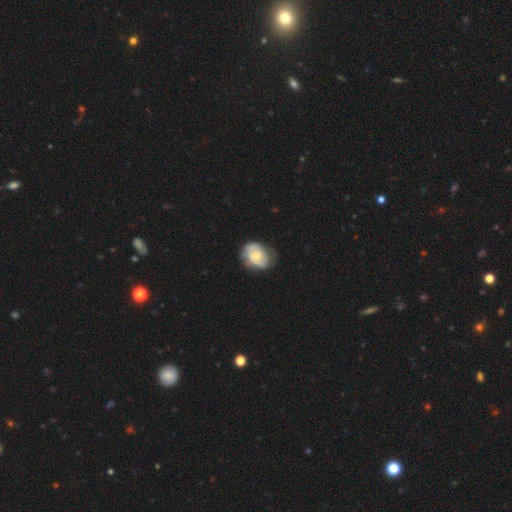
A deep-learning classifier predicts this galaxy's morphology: Smooth or featured? featured or disk (61%)
Edge-on disk? no (98%)
Bar? no (61%)
Spiral arms? yes (88%)
Spiral winding? tight (48%)
Spiral arm count? 2 (66%)
Bulge size? small (41%)
Merging? none (69%)